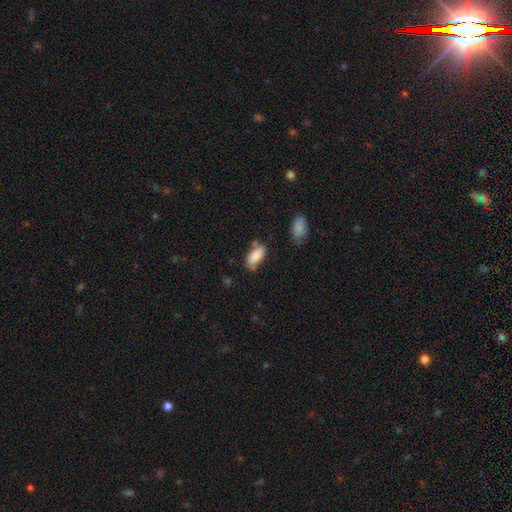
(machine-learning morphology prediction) type=smooth (84%); roundness=in between (86%); merging=none (57%).